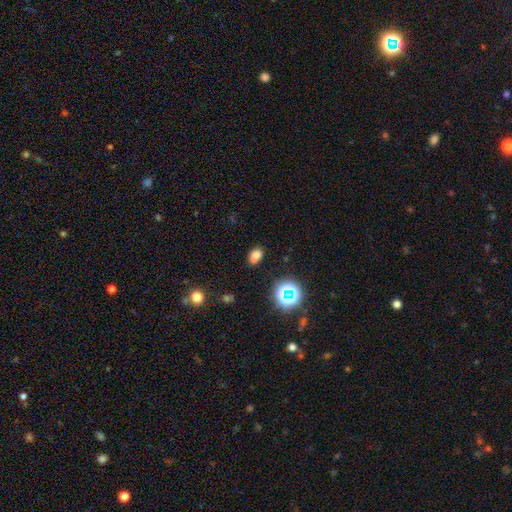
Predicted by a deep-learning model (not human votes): Overall: smooth (68%). How rounded: in between (62%; round 37%). Merging: none (48%; merger 35%).